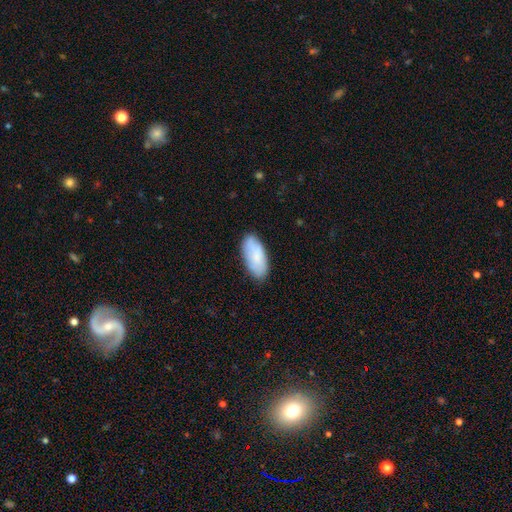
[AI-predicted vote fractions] Q: Smooth or featured?
A: smooth (81%); runner-up: featured or disk (13%)
Q: How rounded?
A: in between (92%); runner-up: cigar-shaped (7%)
Q: Merging?
A: none (80%); runner-up: minor disturbance (16%)